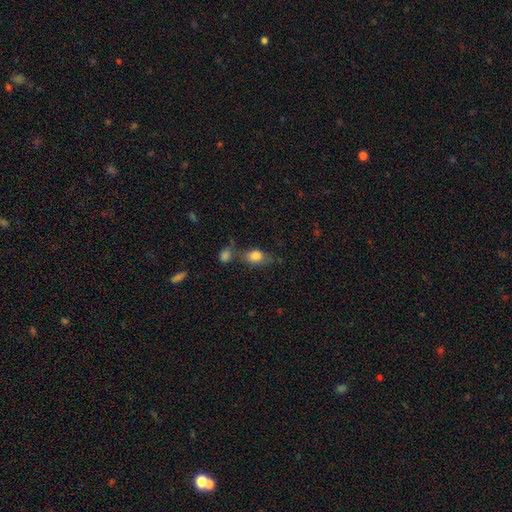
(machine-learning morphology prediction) Overall: smooth (79%). How rounded: in between (70%). Merging: none (54%; minor disturbance 20%).